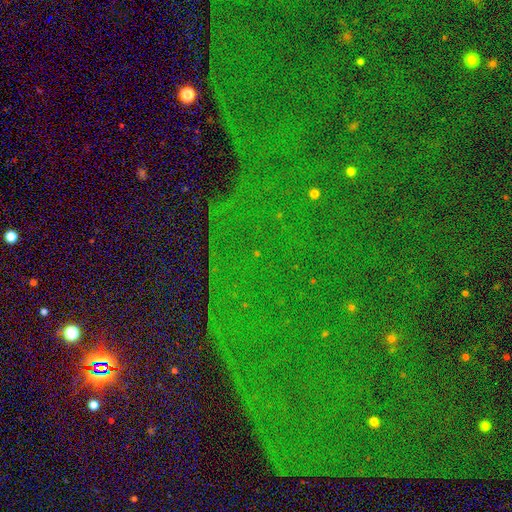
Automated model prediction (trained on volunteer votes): The model was most divided on "smooth or featured": star or artifact: 86%, smooth: 7%, featured or disk: 7%.